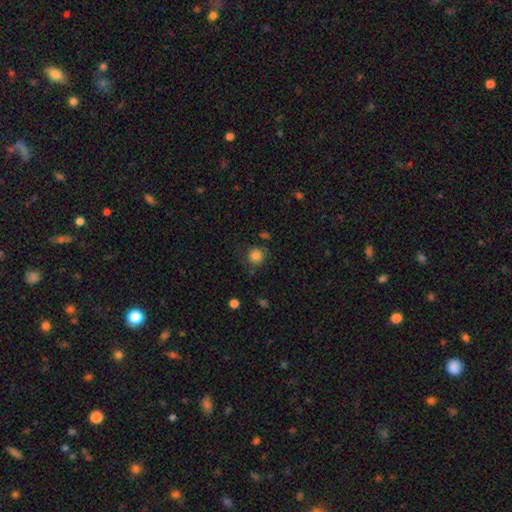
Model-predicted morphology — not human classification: smooth 84%, star or artifact 11%, featured or disk 5%. Down the decision tree: how rounded — round (92%); merging — none (75%).